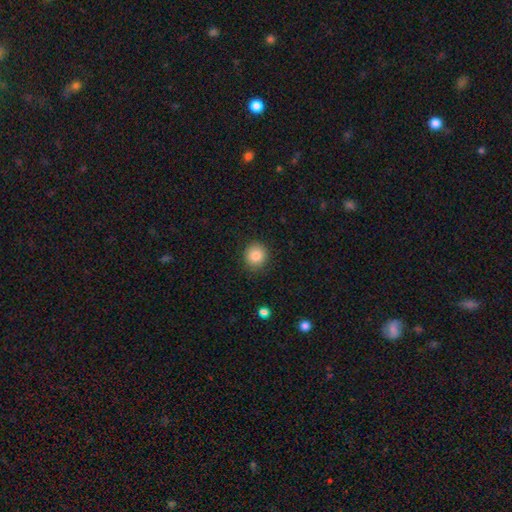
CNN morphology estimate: A smooth galaxy with no disk features (85%) that is round (89%).

Vote fractions:
- Smooth or featured? smooth: 85% / star or artifact: 10% / featured or disk: 5%
- How rounded? round: 89% / in between: 10% / cigar-shaped: 1%
- Merging? none: 88% / minor disturbance: 8% / major disturbance: 2% / merger: 1%